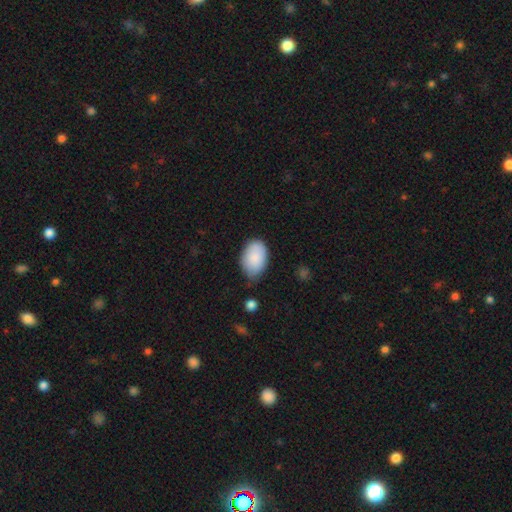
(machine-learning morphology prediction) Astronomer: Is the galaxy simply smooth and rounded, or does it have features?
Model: smooth — 87%.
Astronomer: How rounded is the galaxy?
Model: in between — 90%.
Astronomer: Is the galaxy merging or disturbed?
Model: none — 67%.